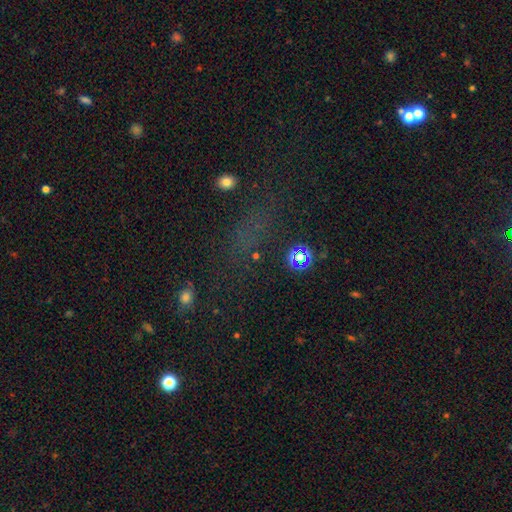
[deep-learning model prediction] A star or artifact, not a galaxy (47%).